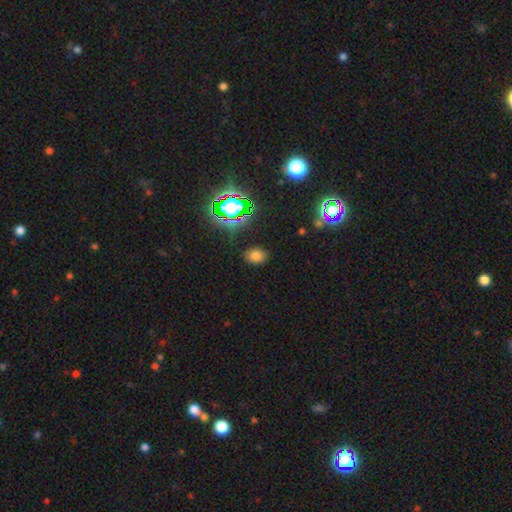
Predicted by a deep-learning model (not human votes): Smooth or featured?
  - smooth: 71% *
  - star or artifact: 22%
  - featured or disk: 6%
How rounded?
  - in between: 62% *
  - round: 36%
  - cigar-shaped: 1%
Merging?
  - none: 84% *
  - minor disturbance: 11%
  - major disturbance: 3%
  - merger: 2%